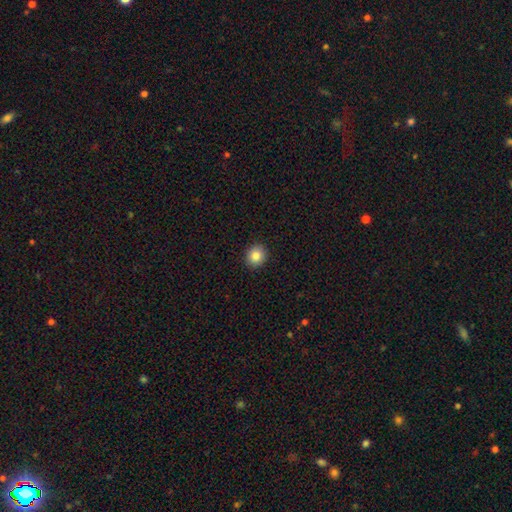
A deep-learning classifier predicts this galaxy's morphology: smooth 85%, star or artifact 10%, featured or disk 6%. Down the decision tree: how rounded — round (84%); merging — none (92%).